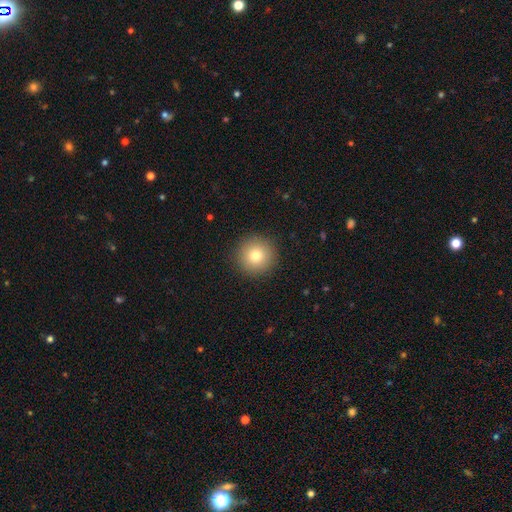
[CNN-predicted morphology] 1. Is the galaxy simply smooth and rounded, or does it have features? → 78% smooth, 12% star or artifact, 10% featured or disk.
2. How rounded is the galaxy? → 96% round, 3% in between, 1% cigar-shaped.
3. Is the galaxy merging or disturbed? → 92% none, 5% minor disturbance, 2% major disturbance, 1% merger.